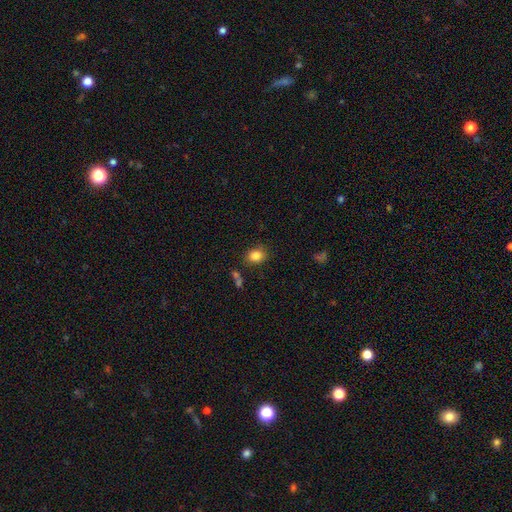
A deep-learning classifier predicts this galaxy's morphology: A smooth galaxy with no disk features (84%) that is in between round and cigar-shaped (54%).

Vote fractions:
- Smooth or featured? smooth: 84% / star or artifact: 10% / featured or disk: 6%
- How rounded? in between: 54% / round: 45% / cigar-shaped: 1%
- Merging? none: 81% / minor disturbance: 12% / merger: 4% / major disturbance: 3%